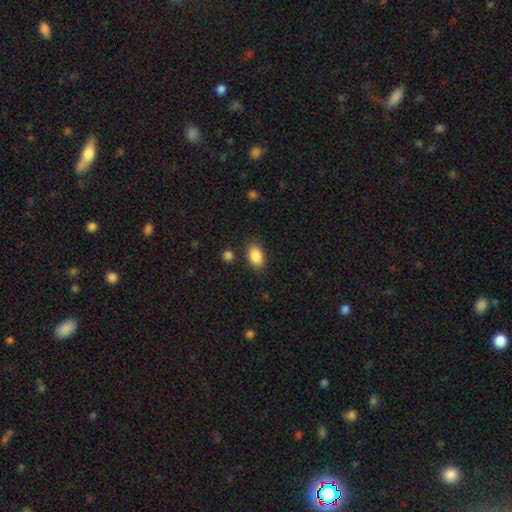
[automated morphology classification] Smooth or featured: smooth — 88% (star or artifact — 7%)
How rounded: in between — 87% (round — 12%)
Merging: none — 84% (minor disturbance — 11%)